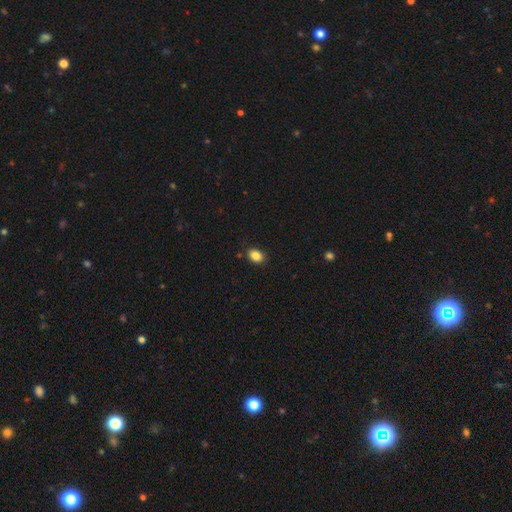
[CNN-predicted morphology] type=smooth (87%); roundness=in between (75%); merging=none (86%).